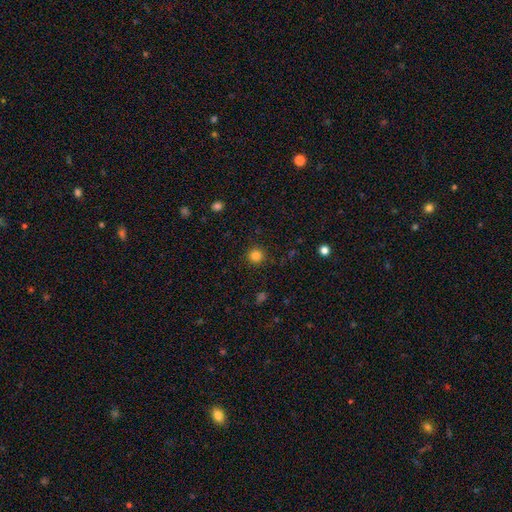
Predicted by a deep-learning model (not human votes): smooth_or_featured: smooth (p=0.83) [alt: star or artifact p=0.13]
how_rounded: round (p=0.94) [alt: in between p=0.05]
merging: none (p=0.90) [alt: minor disturbance p=0.06]